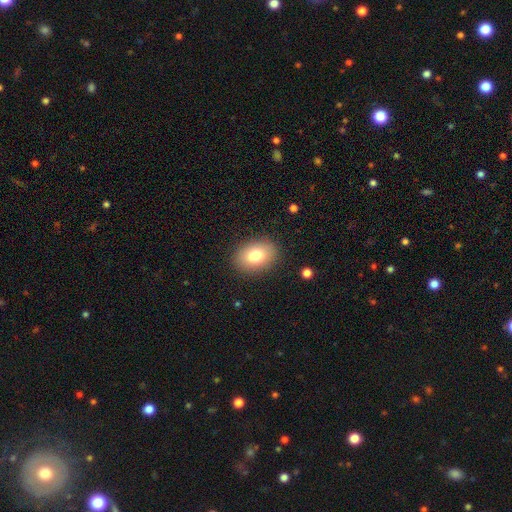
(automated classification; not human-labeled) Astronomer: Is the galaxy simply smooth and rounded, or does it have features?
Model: smooth — 81%.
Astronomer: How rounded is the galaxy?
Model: in between — 78%.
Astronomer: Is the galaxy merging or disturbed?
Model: none — 87%.